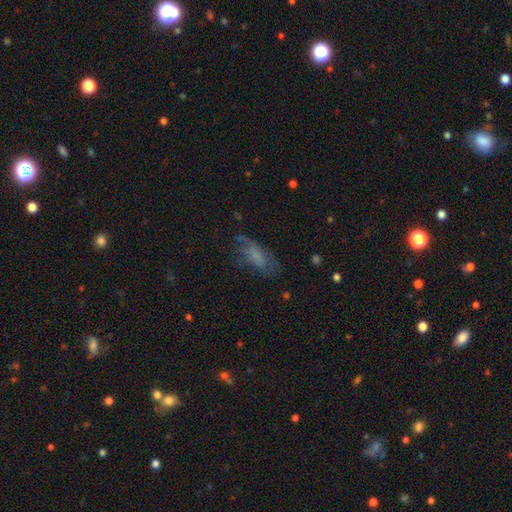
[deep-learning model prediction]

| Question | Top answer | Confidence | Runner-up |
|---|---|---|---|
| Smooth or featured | smooth | 51% | featured or disk (36%) |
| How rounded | in between | 71% | cigar-shaped (25%) |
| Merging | none | 51% | minor disturbance (25%) |